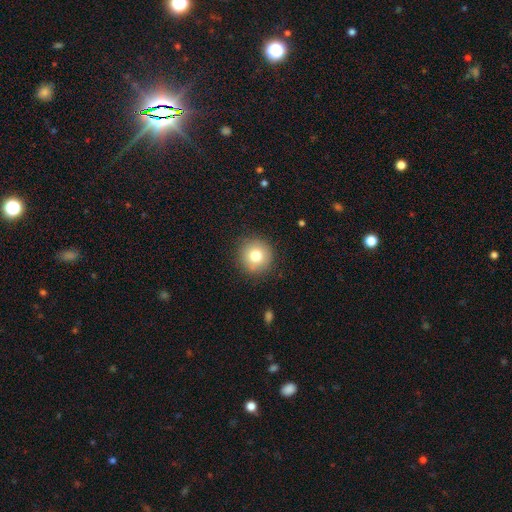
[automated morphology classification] smooth-or-featured: smooth: 77% | featured or disk: 12% | star or artifact: 11%
  how-rounded: round: 94% | in between: 5% | cigar-shaped: 1%
  merging: none: 89% | minor disturbance: 7% | major disturbance: 2% | merger: 1%